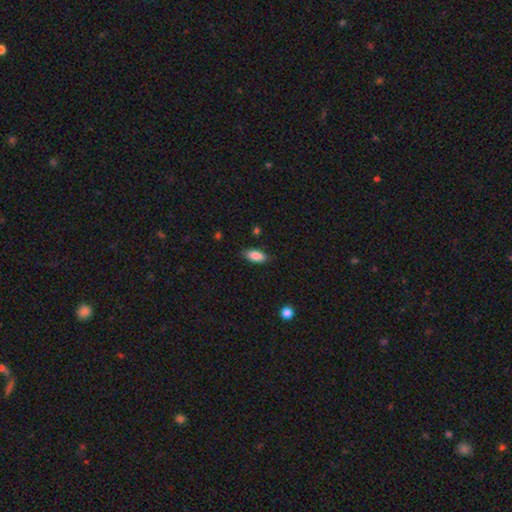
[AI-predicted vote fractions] Smooth or featured?
  - smooth: 87% *
  - star or artifact: 7%
  - featured or disk: 6%
How rounded?
  - in between: 88% *
  - cigar-shaped: 10%
  - round: 3%
Merging?
  - none: 85% *
  - minor disturbance: 12%
  - major disturbance: 3%
  - merger: 1%